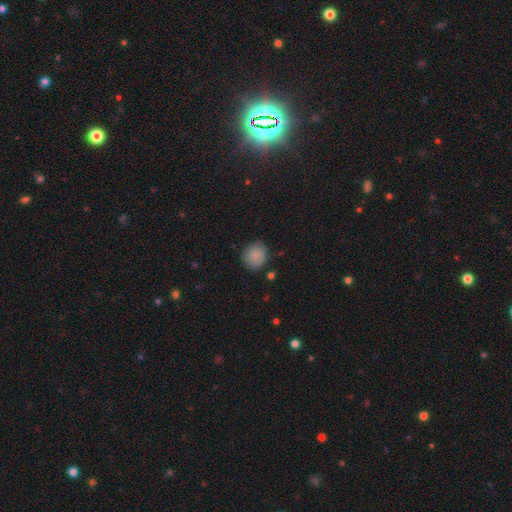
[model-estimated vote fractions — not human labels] Overall: smooth (86%). How rounded: round (72%). Merging: none (76%).